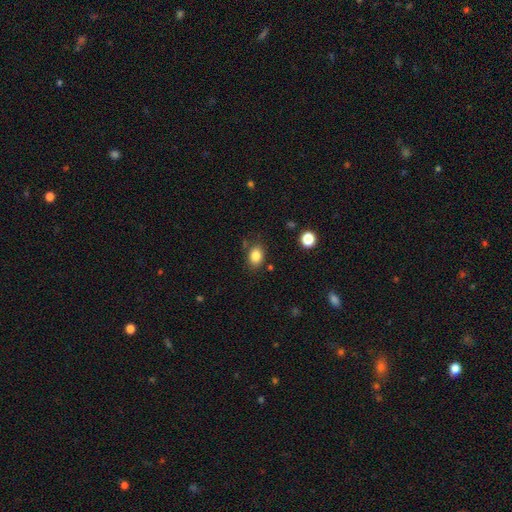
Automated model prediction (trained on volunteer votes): smooth-or-featured: smooth: 84% | star or artifact: 10% | featured or disk: 6%
  how-rounded: in between: 70% | round: 29% | cigar-shaped: 1%
  merging: none: 78% | minor disturbance: 14% | merger: 4% | major disturbance: 4%